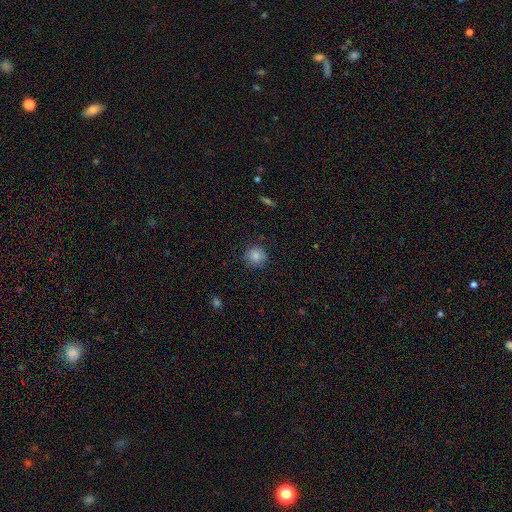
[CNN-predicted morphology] Smooth or featured? Predicted: smooth (p=0.83). How rounded? Predicted: round (p=0.92). Merging? Predicted: none (p=0.85).